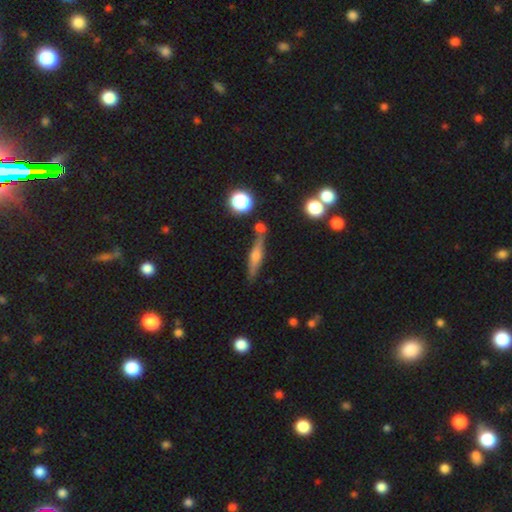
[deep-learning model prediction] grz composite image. It shows a featured or disk galaxy (60%) viewed edge-on (94%) with a rounded central bulge (85%). Merging: none (78%).